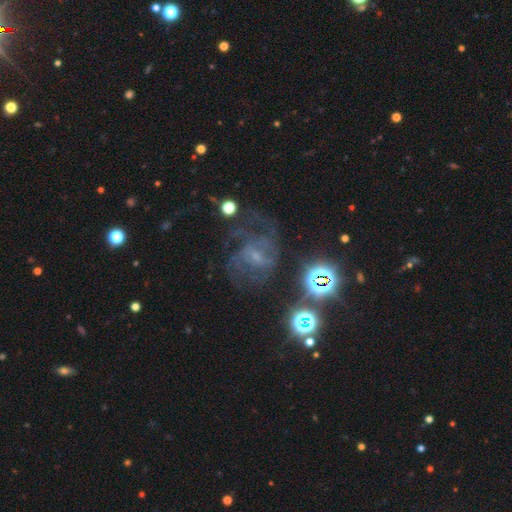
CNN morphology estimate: smooth-or-featured: featured or disk: 65% | star or artifact: 22% | smooth: 14%
  disk-edge-on: no: 97% | yes: 3%
    bar: weak: 44% | no: 43% | strong: 13%
    has-spiral-arms: yes: 80% | no: 20%
      spiral-winding: medium: 47% | tight: 29% | loose: 23%
      spiral-arm-count: can't tell: 41% | 2: 22% | 3: 18% | 4: 8% | 1: 6% | more than 4: 5%
    bulge-size: small: 60% | moderate: 19% | none: 18% | large: 2% | dominant: 1%
  merging: none: 50% | major disturbance: 29% | minor disturbance: 18% | merger: 4%